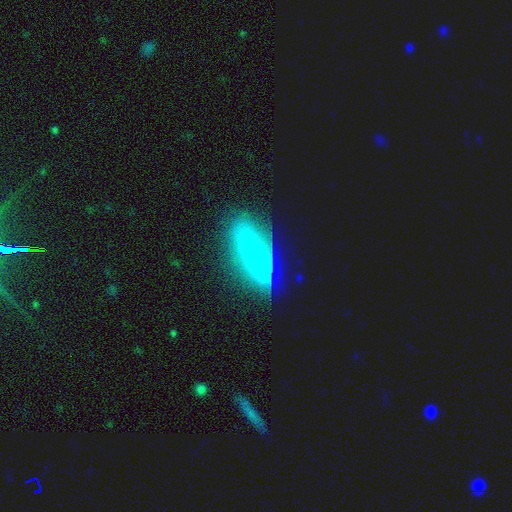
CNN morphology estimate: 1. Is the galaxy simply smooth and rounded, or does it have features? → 59% smooth, 26% featured or disk, 15% star or artifact.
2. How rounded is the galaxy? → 64% in between, 33% cigar-shaped, 3% round.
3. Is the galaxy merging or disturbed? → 64% none, 24% minor disturbance, 9% major disturbance, 3% merger.